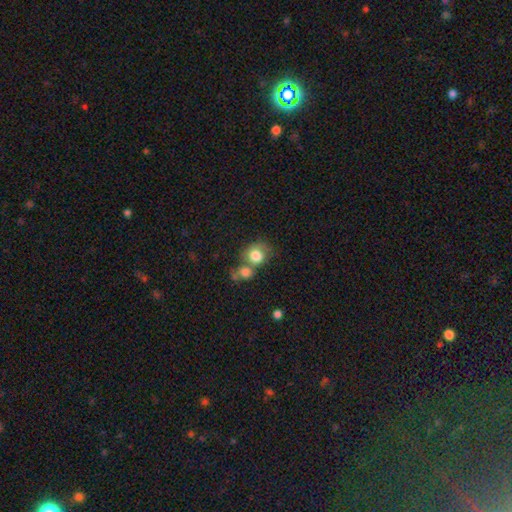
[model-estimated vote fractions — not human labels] The model was most divided on "merging": merger: 43%, none: 36%, minor disturbance: 13%, major disturbance: 8%. More confident: smooth or featured — smooth (79%); how rounded — round (71%).